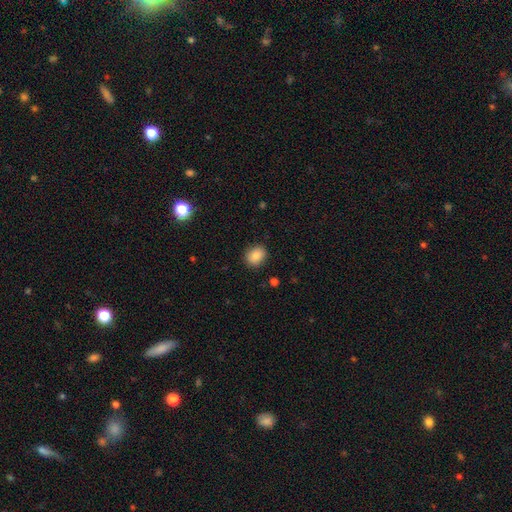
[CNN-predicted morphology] This is clearly a smooth galaxy (86%). How rounded: possibly round (54%). Merging: clearly none (87%).